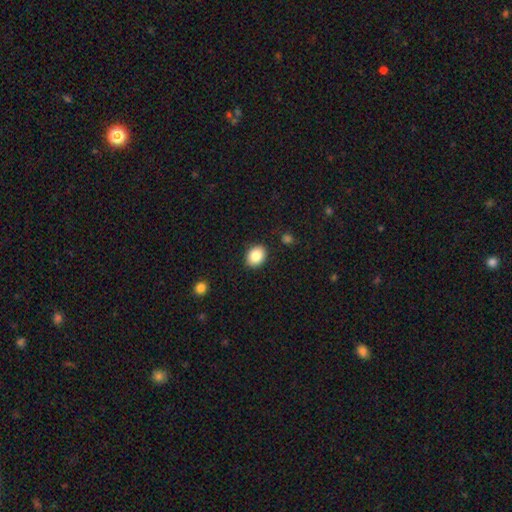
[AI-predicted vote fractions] Smooth or featured? Predicted: smooth (p=0.85). How rounded? Predicted: in between (p=0.52). Merging? Predicted: none (p=0.89).